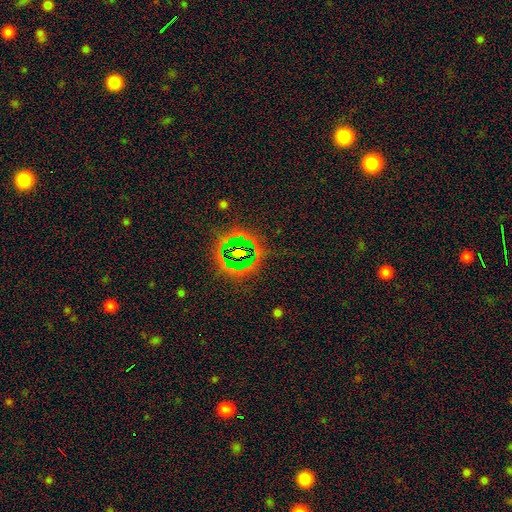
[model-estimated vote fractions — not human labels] Overall: featured or disk (42%; star or artifact 35%). Merging: none (81%).